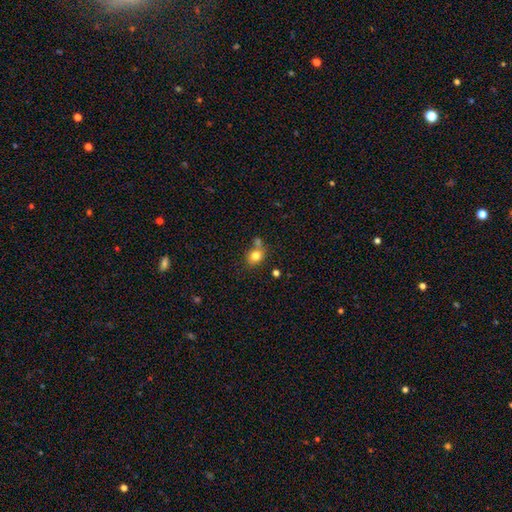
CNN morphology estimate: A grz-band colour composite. It shows a smooth galaxy with no disk features (80%) that is round (64%). Merging: none (57%).